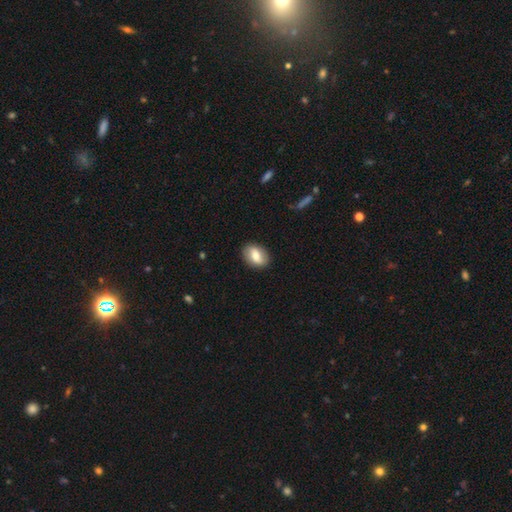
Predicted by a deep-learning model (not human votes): Morphology: type=smooth (65%); roundness=in between (79%); merging=none (86%).